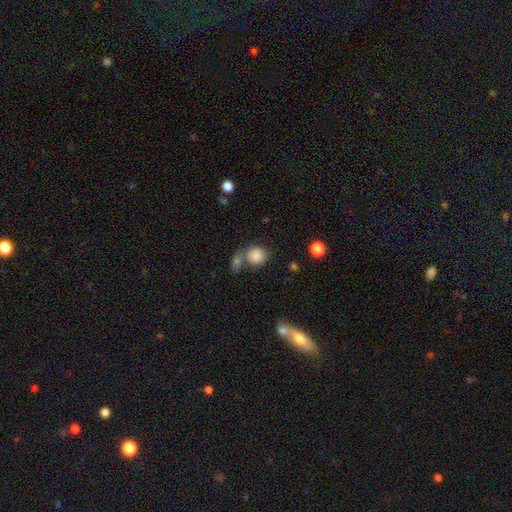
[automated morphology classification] This is clearly a smooth galaxy (86%). How rounded: clearly round (80%). Merging: possibly none (50%).